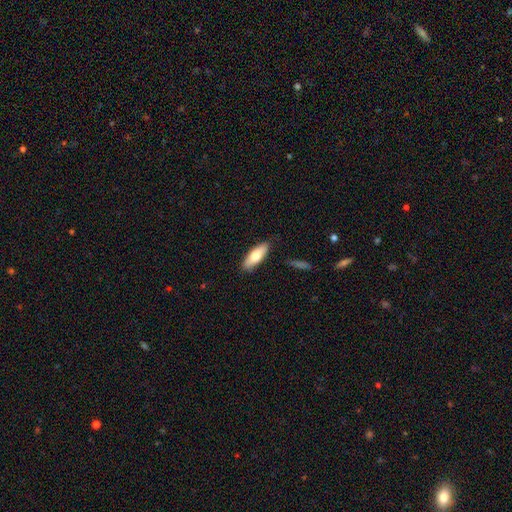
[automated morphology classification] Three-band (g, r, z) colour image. It shows a smooth galaxy with no disk features (73%) that is in between round and cigar-shaped (67%). Merging: none (86%).